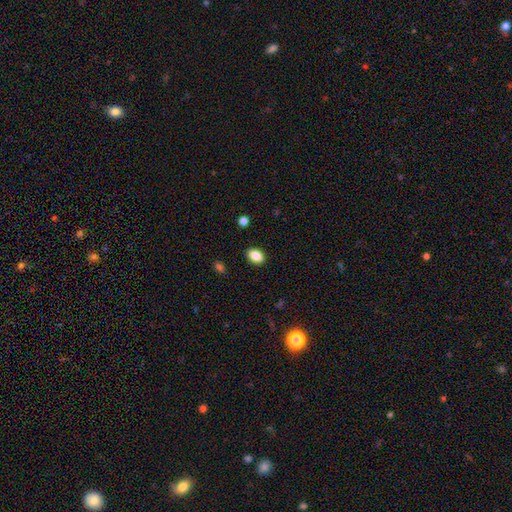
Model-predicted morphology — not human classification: Smooth or featured?
  - smooth: 87% *
  - star or artifact: 9%
  - featured or disk: 4%
How rounded?
  - in between: 81% *
  - round: 18%
  - cigar-shaped: 1%
Merging?
  - none: 89% *
  - minor disturbance: 8%
  - major disturbance: 2%
  - merger: 1%